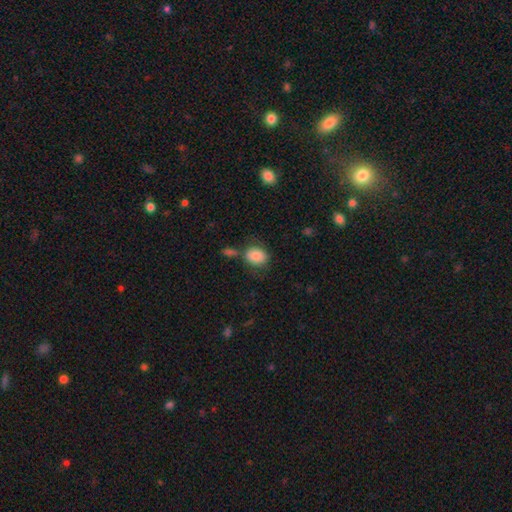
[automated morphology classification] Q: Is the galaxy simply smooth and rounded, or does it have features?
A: smooth — 86%.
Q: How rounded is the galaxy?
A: in between — 58%.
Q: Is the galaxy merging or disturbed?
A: none — 61%.